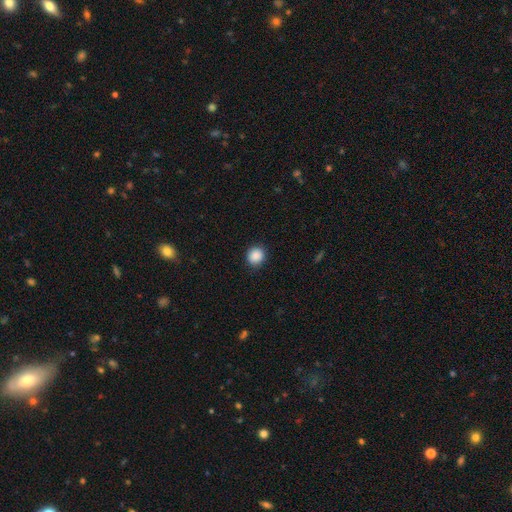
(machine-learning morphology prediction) Smooth or featured?
  - smooth: 89% *
  - star or artifact: 9%
  - featured or disk: 3%
How rounded?
  - round: 90% *
  - in between: 9%
  - cigar-shaped: 1%
Merging?
  - none: 91% *
  - minor disturbance: 6%
  - major disturbance: 2%
  - merger: 1%